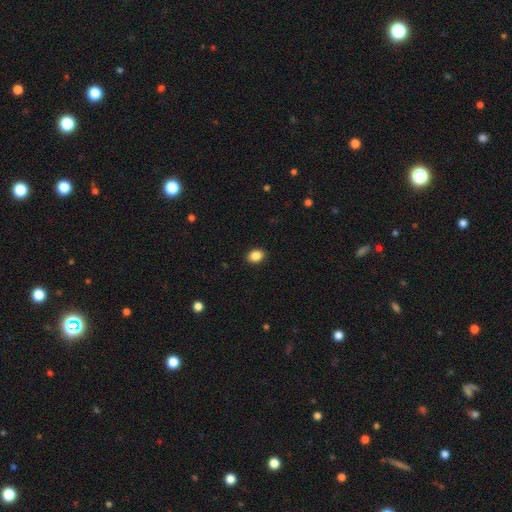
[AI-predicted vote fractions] Smooth or featured?
  - smooth: 87% *
  - star or artifact: 9%
  - featured or disk: 4%
How rounded?
  - in between: 70% *
  - round: 29%
  - cigar-shaped: 1%
Merging?
  - none: 91% *
  - minor disturbance: 7%
  - major disturbance: 2%
  - merger: 1%